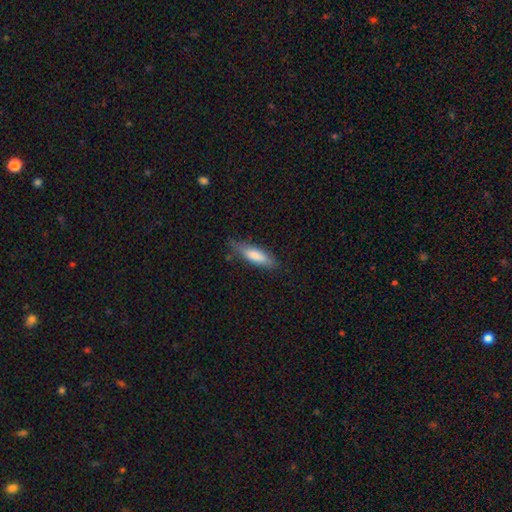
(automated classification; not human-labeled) Morphology: type=smooth (77%); roundness=cigar-shaped (57%); merging=none (72%).